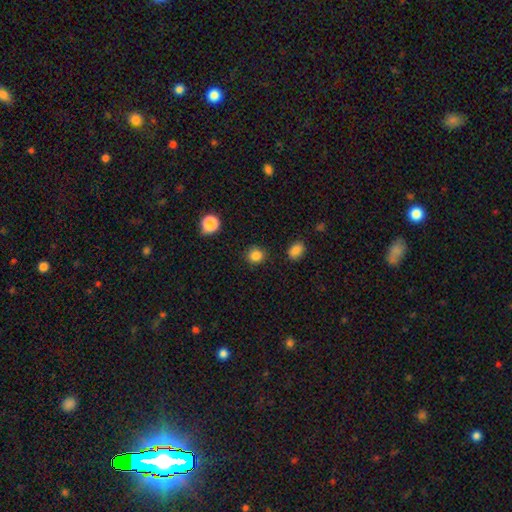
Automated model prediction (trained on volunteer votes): Smooth or featured? smooth (85%)
How rounded? round (88%)
Merging? none (88%)